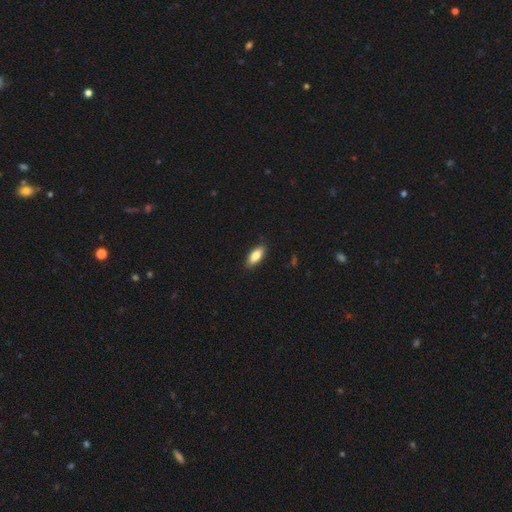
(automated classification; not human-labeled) A smooth galaxy with no disk features (84%) that is in between round and cigar-shaped (83%). Merging: none (88%).